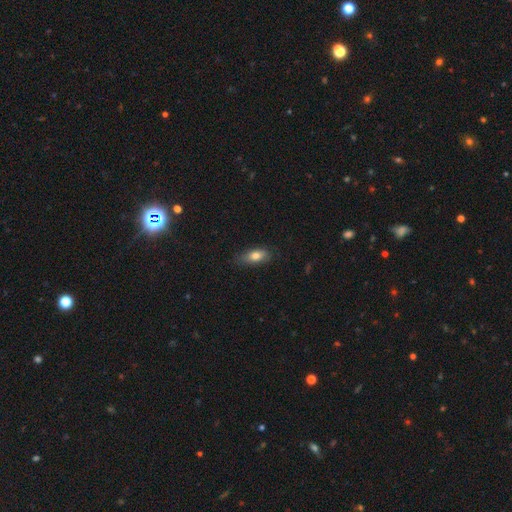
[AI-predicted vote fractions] Smooth or featured? Predicted: smooth (p=0.77). How rounded? Predicted: in between (p=0.82). Merging? Predicted: none (p=0.77).